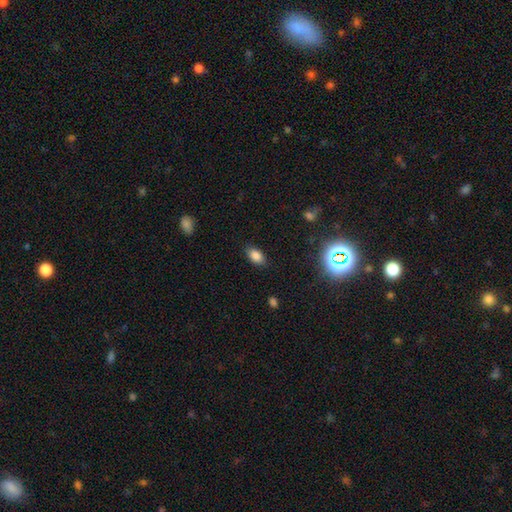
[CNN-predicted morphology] The model was most divided on "smooth or featured": smooth: 84%, star or artifact: 10%, featured or disk: 6%. More confident: how rounded — in between (89%); merging — none (85%).